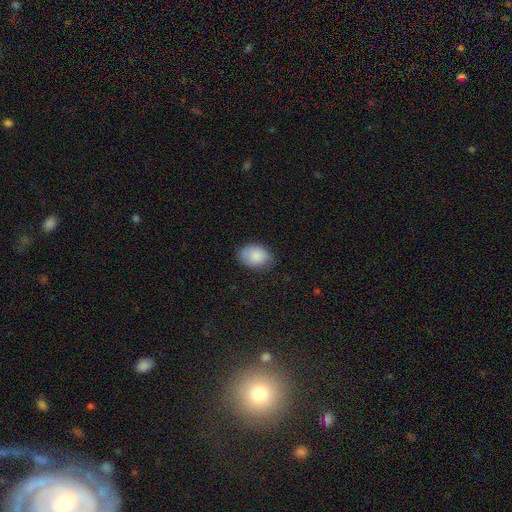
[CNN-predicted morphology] This is clearly a smooth galaxy (86%). How rounded: likely in between (79%). Merging: likely none (76%).